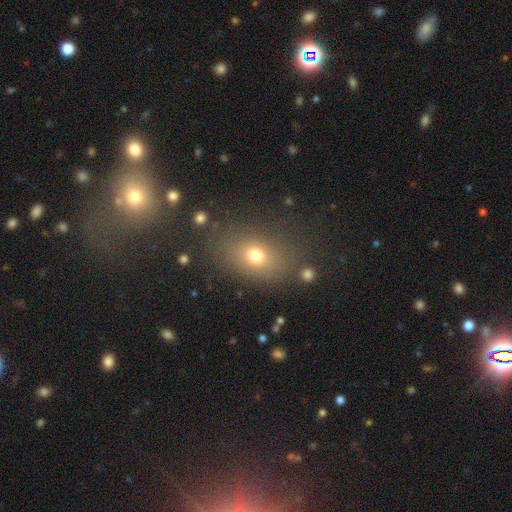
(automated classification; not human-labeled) smooth_or_featured: smooth (p=0.72) [alt: star or artifact p=0.16]
how_rounded: in between (p=0.66) [alt: round p=0.32]
merging: none (p=0.77) [alt: minor disturbance p=0.12]